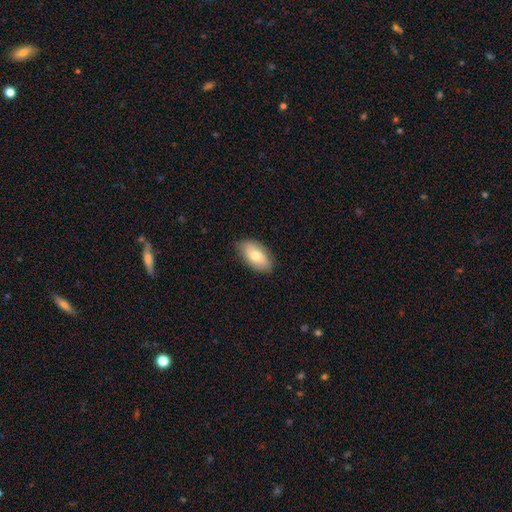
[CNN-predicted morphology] This is likely a smooth galaxy (73%). How rounded: clearly in between (93%). Merging: clearly none (85%).